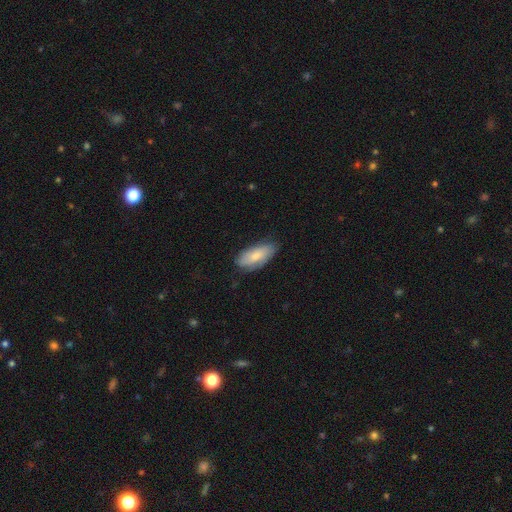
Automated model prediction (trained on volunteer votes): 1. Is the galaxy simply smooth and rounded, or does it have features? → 73% smooth, 21% featured or disk, 6% star or artifact.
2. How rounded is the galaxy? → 85% in between, 13% cigar-shaped, 2% round.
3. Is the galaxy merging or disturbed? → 71% none, 23% minor disturbance, 5% major disturbance, 1% merger.